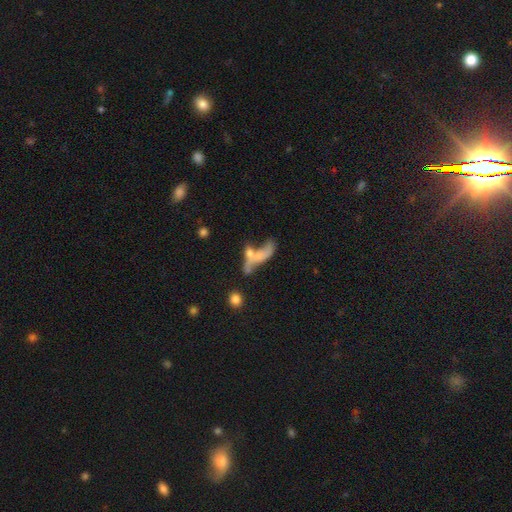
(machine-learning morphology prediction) This is possibly a featured or disk galaxy (51%). It is clearly not viewed edge-on (83%). Merging: possibly merger (46%).